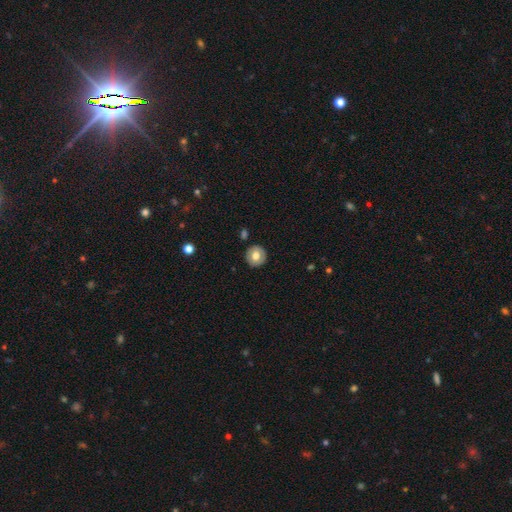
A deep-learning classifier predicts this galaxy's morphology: type=smooth (68%); roundness=round (92%); merging=none (89%).